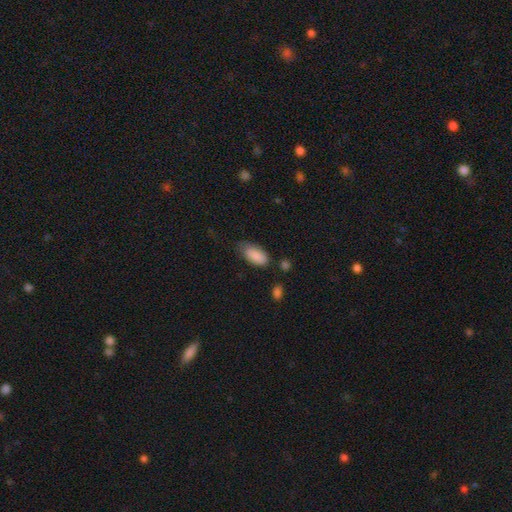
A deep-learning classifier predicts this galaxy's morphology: This is clearly a smooth galaxy (88%). How rounded: clearly in between (91%). Merging: possibly none (58%).